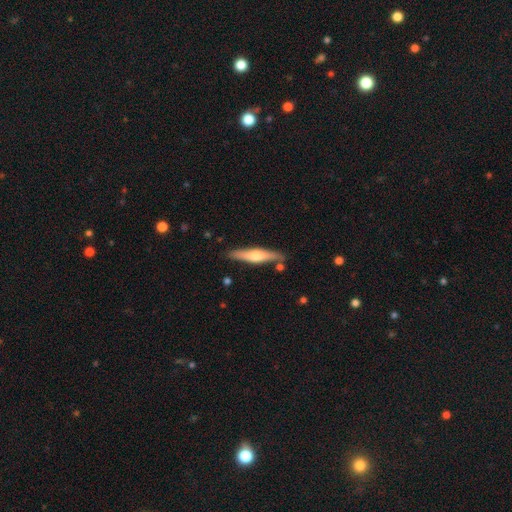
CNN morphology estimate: Smooth or featured?
  - featured or disk: 50% *
  - smooth: 44%
  - star or artifact: 5%
Edge-on disk?
  - yes: 94% *
  - no: 6%
Merging?
  - none: 83% *
  - minor disturbance: 11%
  - merger: 4%
  - major disturbance: 2%